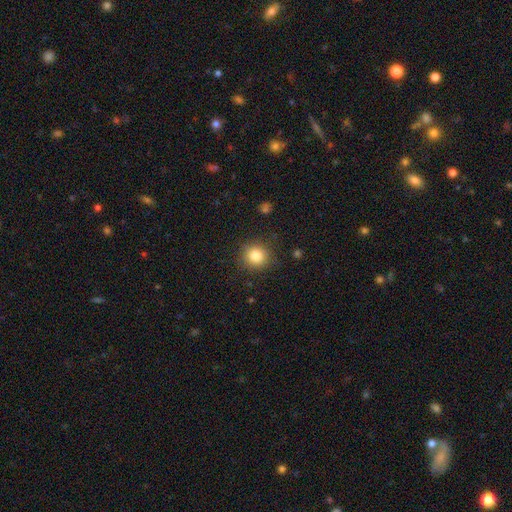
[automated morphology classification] smooth_or_featured: smooth (p=0.82) [alt: star or artifact p=0.11]
how_rounded: round (p=0.92) [alt: in between p=0.07]
merging: none (p=0.89) [alt: minor disturbance p=0.08]